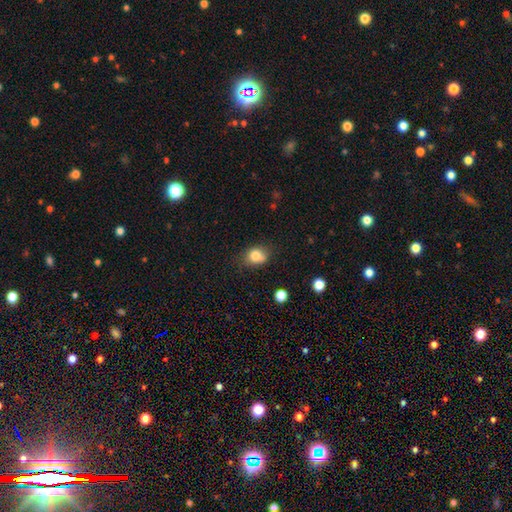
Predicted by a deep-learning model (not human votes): Smooth or featured? Predicted: smooth (p=0.80). How rounded? Predicted: round (p=0.55). Merging? Predicted: none (p=0.62).